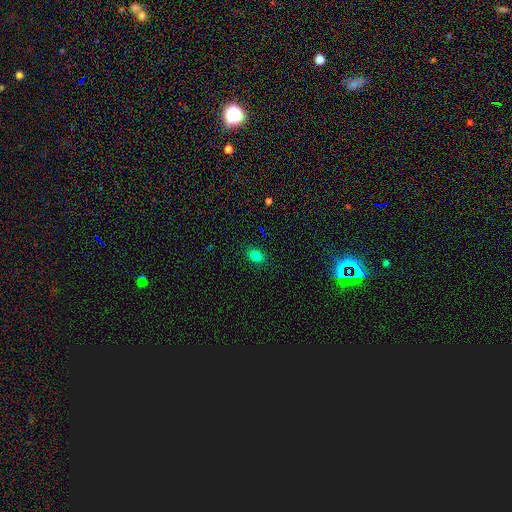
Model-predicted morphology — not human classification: smooth_or_featured: smooth (p=0.79) [alt: star or artifact p=0.16]
how_rounded: in between (p=0.64) [alt: round p=0.35]
merging: none (p=0.87) [alt: minor disturbance p=0.09]